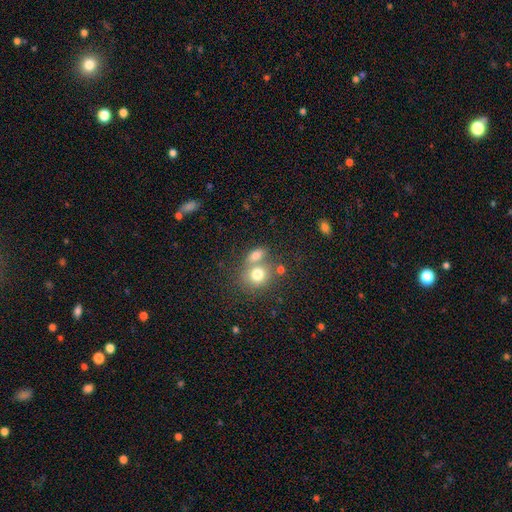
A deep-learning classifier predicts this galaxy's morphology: smooth_or_featured: smooth (p=0.76) [alt: featured or disk p=0.13]
how_rounded: in between (p=0.60) [alt: round p=0.37]
merging: merger (p=0.46) [alt: none p=0.40]